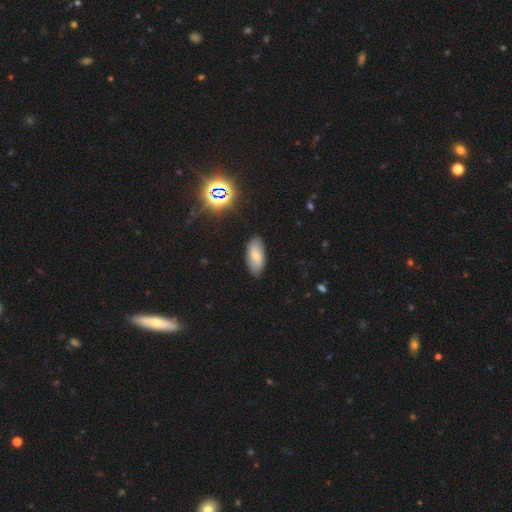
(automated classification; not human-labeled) Q: Smooth or featured?
A: smooth (66%); runner-up: featured or disk (24%)
Q: How rounded?
A: in between (89%); runner-up: cigar-shaped (8%)
Q: Merging?
A: none (83%); runner-up: minor disturbance (13%)